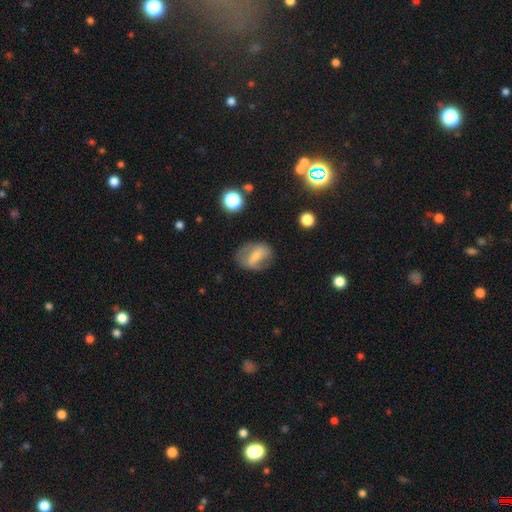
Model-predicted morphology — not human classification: The model was most divided on "smooth or featured": smooth: 46%, featured or disk: 44%, star or artifact: 10%. More confident: merging — none (60%).